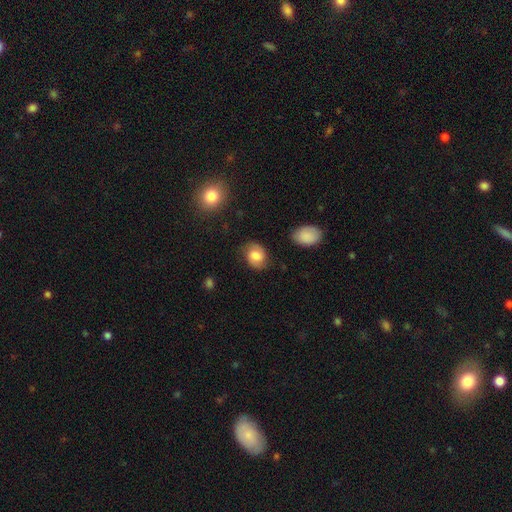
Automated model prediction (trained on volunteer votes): smooth_or_featured: smooth (p=0.63) [alt: featured or disk p=0.29]
how_rounded: in between (p=0.52) [alt: round p=0.47]
merging: none (p=0.76) [alt: minor disturbance p=0.17]